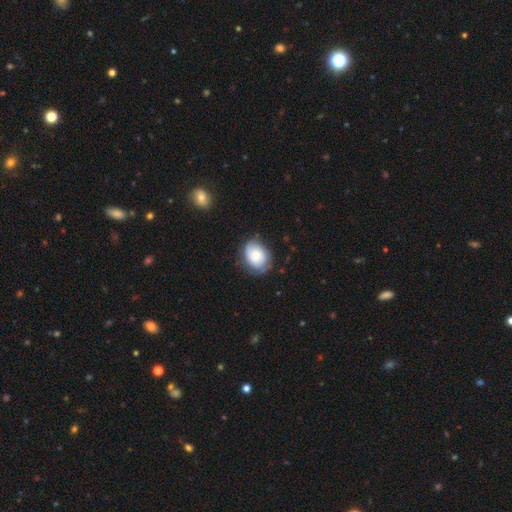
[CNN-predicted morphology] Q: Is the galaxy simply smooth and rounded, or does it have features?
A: smooth — 52%.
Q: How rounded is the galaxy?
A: in between — 60%.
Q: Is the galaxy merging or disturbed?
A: none — 65%.